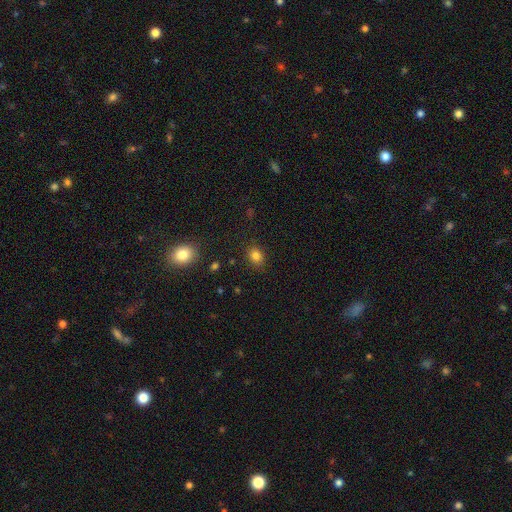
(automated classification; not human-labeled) This is clearly a smooth galaxy (81%). How rounded: possibly round (56%). Merging: clearly none (85%).